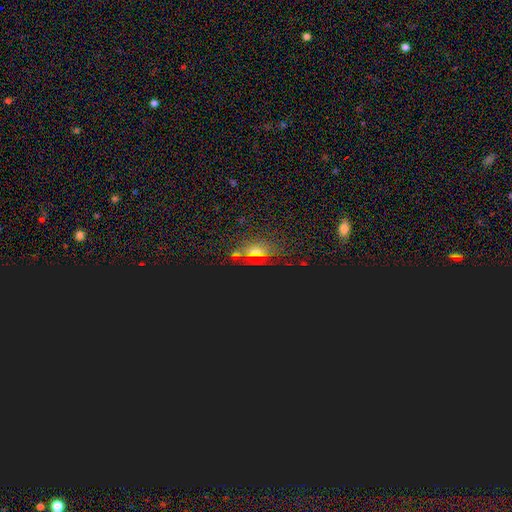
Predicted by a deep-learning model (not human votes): Smooth or featured? Predicted: star or artifact (p=0.53).